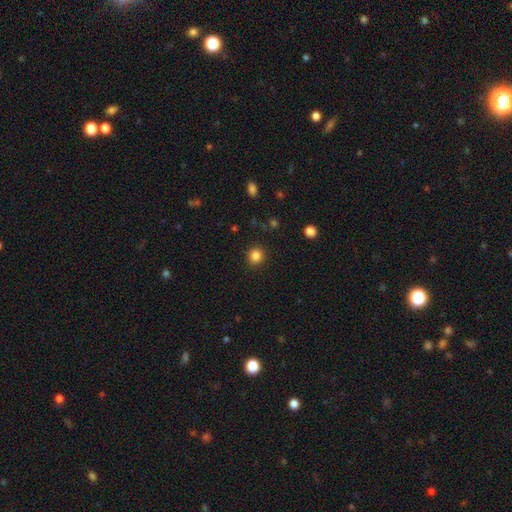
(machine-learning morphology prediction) A smooth galaxy with no disk features (84%) that is round (90%). Merging: none (91%).